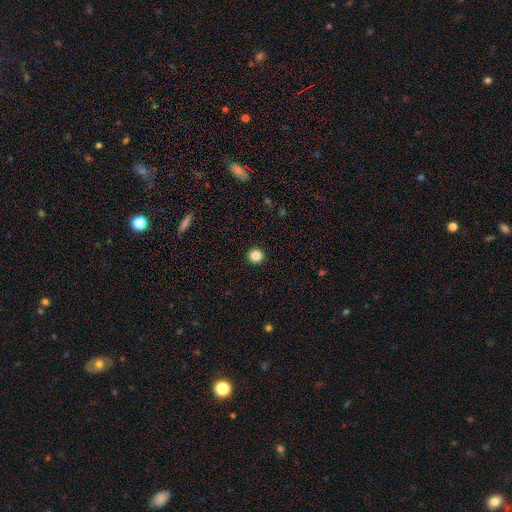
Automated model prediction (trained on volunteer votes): Smooth or featured?
  - smooth: 85% *
  - star or artifact: 11%
  - featured or disk: 4%
How rounded?
  - round: 96% *
  - in between: 3%
  - cigar-shaped: 1%
Merging?
  - none: 93% *
  - minor disturbance: 4%
  - major disturbance: 2%
  - merger: 1%